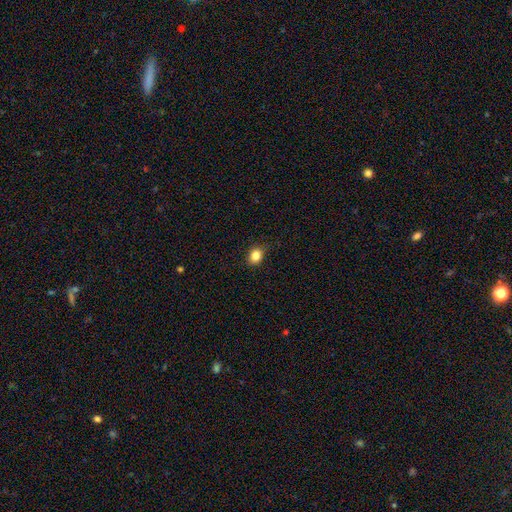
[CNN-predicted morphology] type=smooth (84%); roundness=round (50%); merging=none (83%).